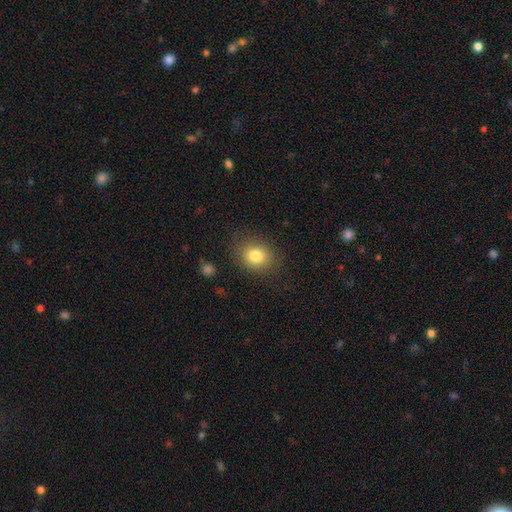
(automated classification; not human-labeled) Smooth or featured? Predicted: smooth (p=0.81). How rounded? Predicted: round (p=0.58). Merging? Predicted: none (p=0.80).